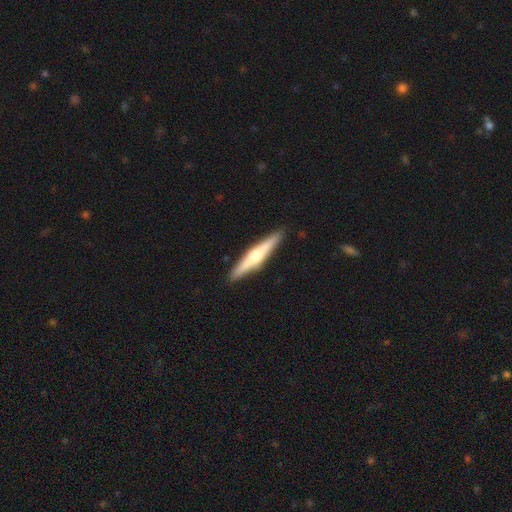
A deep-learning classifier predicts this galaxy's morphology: smooth-or-featured: featured or disk: 57% | smooth: 38% | star or artifact: 5%
  disk-edge-on: yes: 97% | no: 3%
    edge-on-bulge: rounded: 77% | none: 12% | boxy: 11%
  merging: none: 91% | minor disturbance: 7% | major disturbance: 1% | merger: 1%